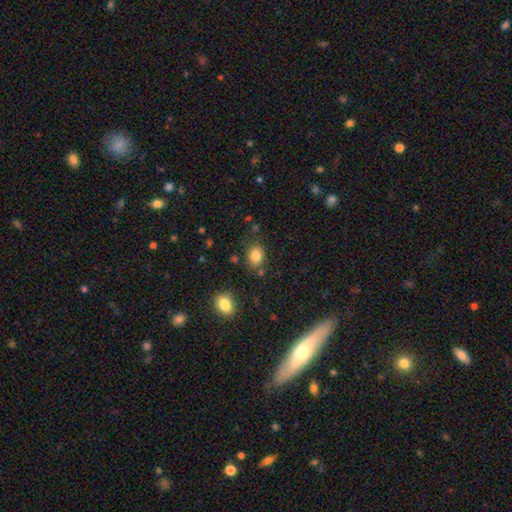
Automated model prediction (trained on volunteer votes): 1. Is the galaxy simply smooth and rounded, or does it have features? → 83% smooth, 11% star or artifact, 6% featured or disk.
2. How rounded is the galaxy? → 52% in between, 47% round, 1% cigar-shaped.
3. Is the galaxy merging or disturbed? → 77% none, 14% minor disturbance, 5% merger, 4% major disturbance.